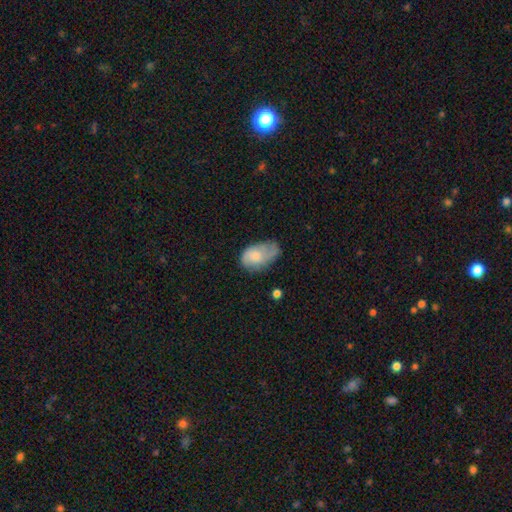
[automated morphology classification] smooth_or_featured: smooth (p=0.67) [alt: featured or disk p=0.26]
how_rounded: in between (p=0.89) [alt: round p=0.10]
merging: minor disturbance (p=0.41) [alt: none p=0.38]